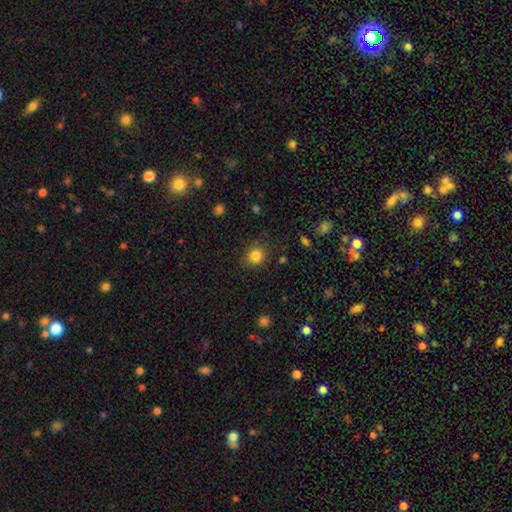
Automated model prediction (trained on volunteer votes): Q: Smooth or featured?
A: smooth (84%); runner-up: star or artifact (11%)
Q: How rounded?
A: round (86%); runner-up: in between (13%)
Q: Merging?
A: none (86%); runner-up: minor disturbance (10%)